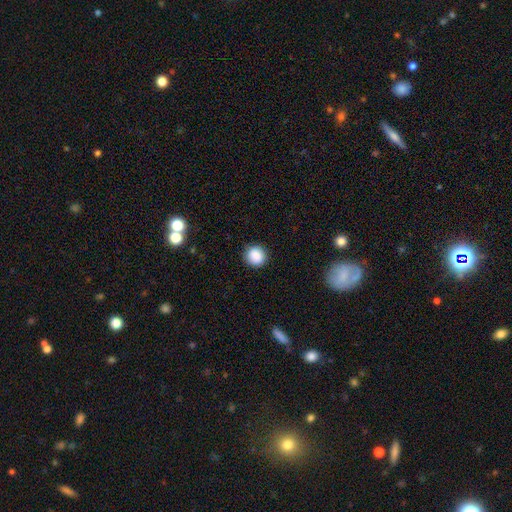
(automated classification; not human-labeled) A smooth galaxy with no disk features (88%) that is round (91%).

Vote fractions:
- Smooth or featured? smooth: 88% / star or artifact: 9% / featured or disk: 3%
- How rounded? round: 91% / in between: 8% / cigar-shaped: 1%
- Merging? none: 89% / minor disturbance: 8% / major disturbance: 2% / merger: 1%